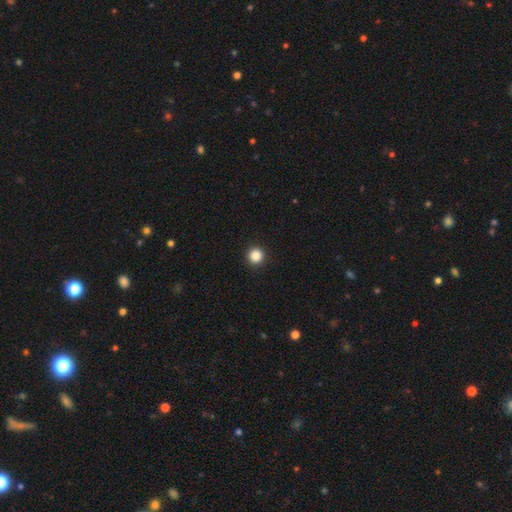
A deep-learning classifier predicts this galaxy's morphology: smooth_or_featured: smooth (p=0.86) [alt: star or artifact p=0.11]
how_rounded: round (p=0.95) [alt: in between p=0.04]
merging: none (p=0.93) [alt: minor disturbance p=0.04]